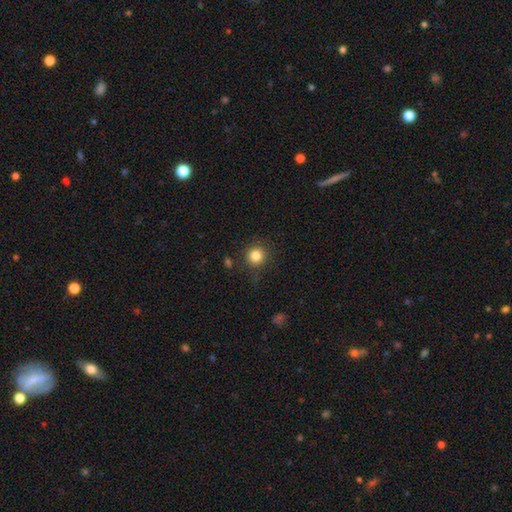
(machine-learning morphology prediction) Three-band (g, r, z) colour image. It shows a smooth galaxy with no disk features (83%) that is round (93%). Merging: none (86%).